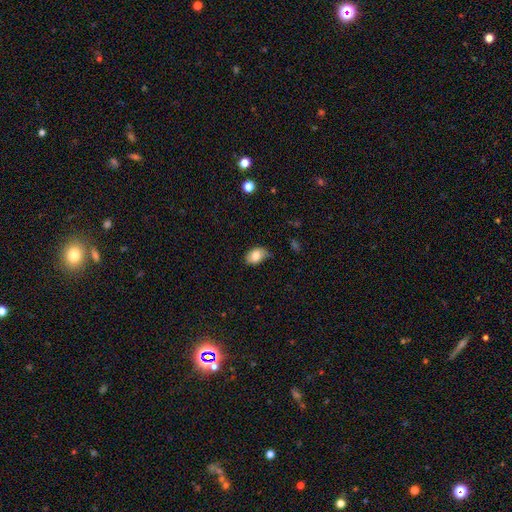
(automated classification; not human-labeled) Morphology: type=smooth (82%); roundness=in between (84%); merging=none (69%).